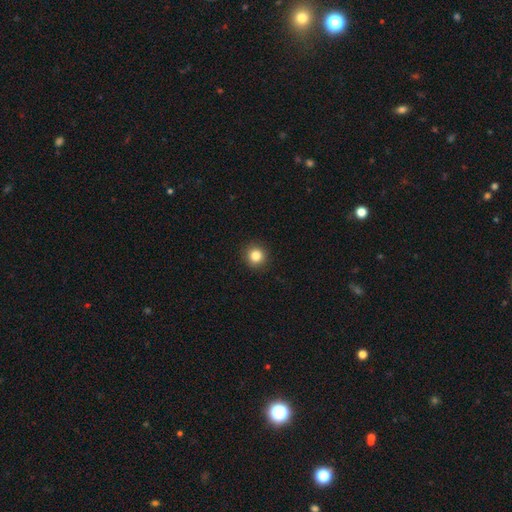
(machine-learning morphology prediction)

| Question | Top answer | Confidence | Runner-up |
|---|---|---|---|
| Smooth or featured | smooth | 84% | star or artifact (11%) |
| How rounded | round | 93% | in between (6%) |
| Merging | none | 92% | minor disturbance (5%) |